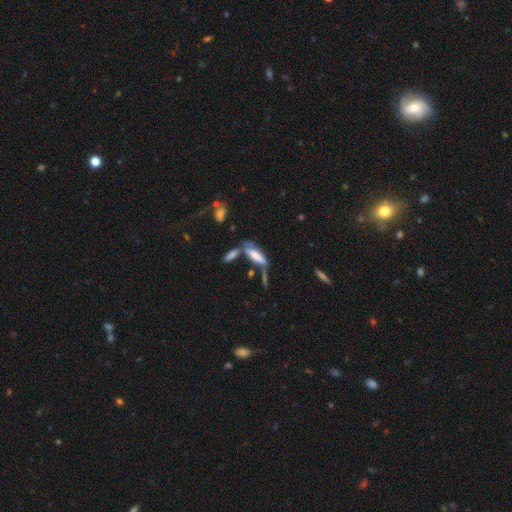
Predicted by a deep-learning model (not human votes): Smooth or featured: smooth — 61% (featured or disk — 30%)
How rounded: cigar-shaped — 50% (in between — 48%)
Merging: none — 39% (merger — 28%)